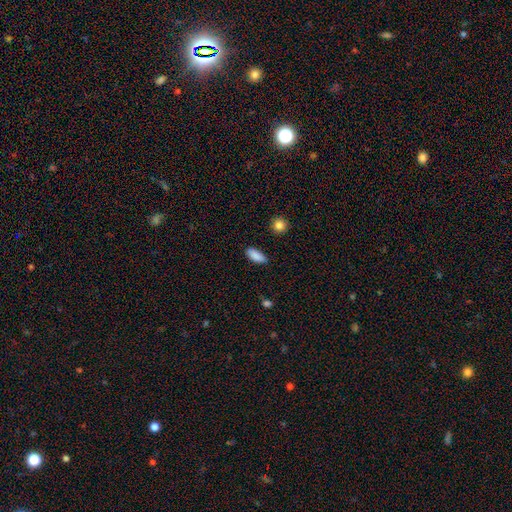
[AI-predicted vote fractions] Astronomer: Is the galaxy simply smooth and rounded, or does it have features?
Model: smooth — 88%.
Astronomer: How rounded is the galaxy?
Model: in between — 81%.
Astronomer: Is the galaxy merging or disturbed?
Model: none — 85%.